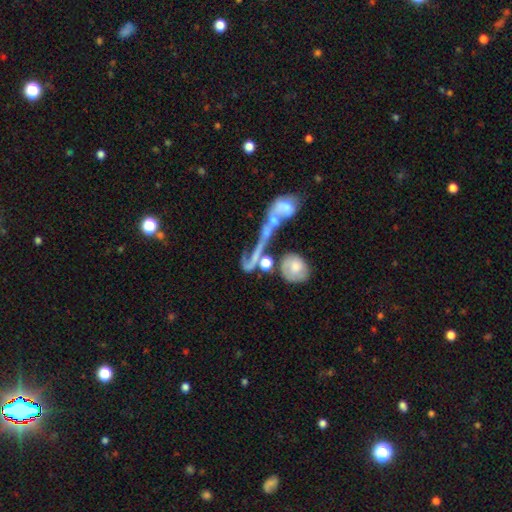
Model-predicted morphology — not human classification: Smooth or featured: featured or disk — 53% (smooth — 31%)
Edge-on disk: no — 79% (yes — 21%)
Merging: merger — 49% (major disturbance — 21%)